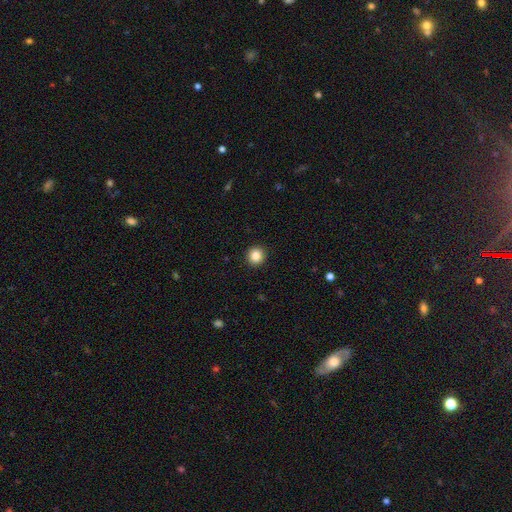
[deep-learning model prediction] smooth_or_featured: smooth (p=0.86) [alt: star or artifact p=0.10]
how_rounded: round (p=0.94) [alt: in between p=0.05]
merging: none (p=0.93) [alt: minor disturbance p=0.04]